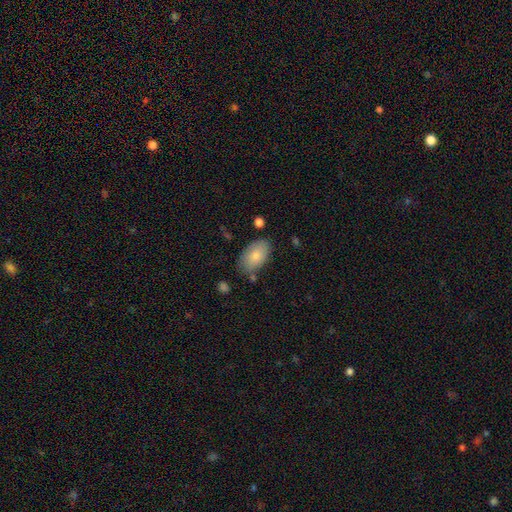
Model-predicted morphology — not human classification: Smooth or featured: smooth — 82% (featured or disk — 12%)
How rounded: in between — 94% (round — 5%)
Merging: none — 73% (minor disturbance — 19%)